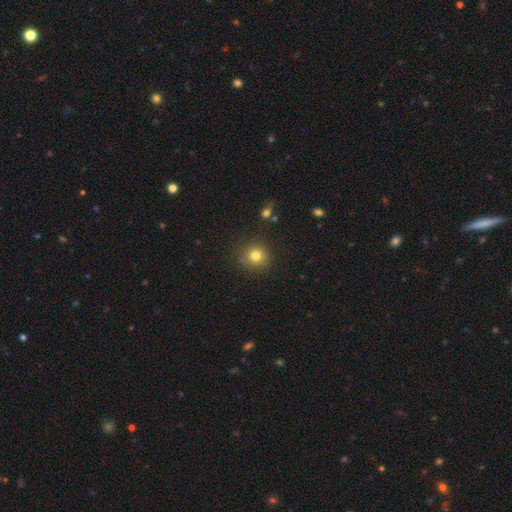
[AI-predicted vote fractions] Smooth or featured?
  - smooth: 79% *
  - star or artifact: 13%
  - featured or disk: 8%
How rounded?
  - round: 89% *
  - in between: 10%
  - cigar-shaped: 1%
Merging?
  - none: 82% *
  - minor disturbance: 12%
  - major disturbance: 4%
  - merger: 2%